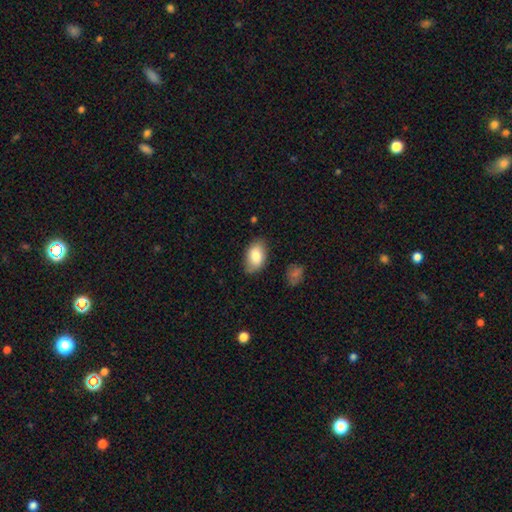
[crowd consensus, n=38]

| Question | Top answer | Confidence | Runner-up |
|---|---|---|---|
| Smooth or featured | smooth | 87% | featured or disk (11%) |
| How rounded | in between | 94% | round (6%) |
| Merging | none | 49% | minor disturbance (46%) |